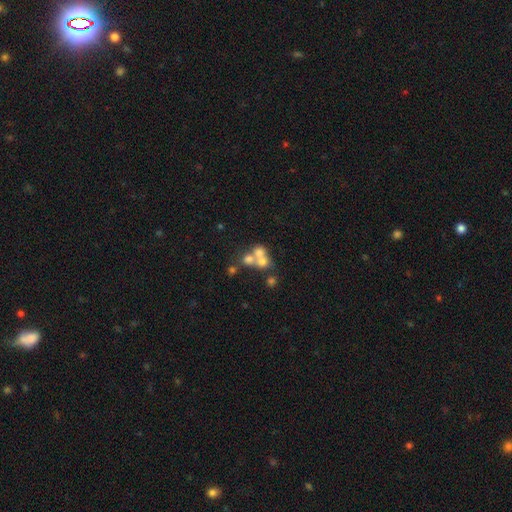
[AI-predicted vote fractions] The model was most divided on "smooth or featured": smooth: 55%, featured or disk: 28%, star or artifact: 17%. More confident: how rounded — round (76%); merging — merger (60%).